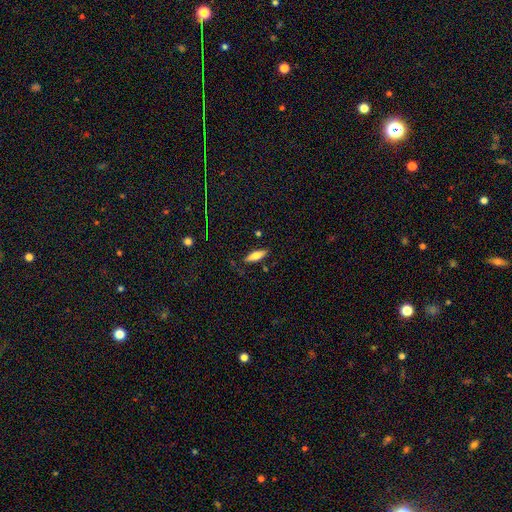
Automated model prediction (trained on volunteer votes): Morphology: type=smooth (69%); roundness=cigar-shaped (49%, tied with in between); merging=none (80%).